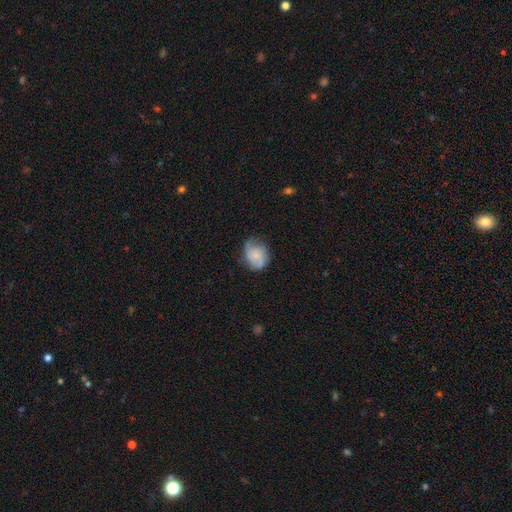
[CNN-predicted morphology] A smooth galaxy with no disk features (56%) that is round (55%). Merging: none (56%).